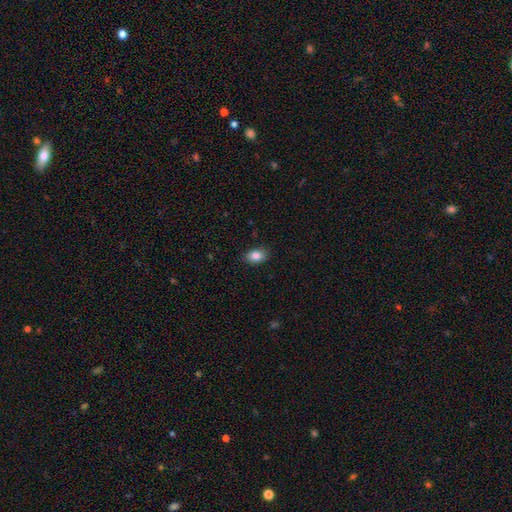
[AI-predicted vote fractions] Q: Smooth or featured?
A: smooth (85%); runner-up: star or artifact (8%)
Q: How rounded?
A: in between (83%); runner-up: round (16%)
Q: Merging?
A: none (87%); runner-up: minor disturbance (10%)